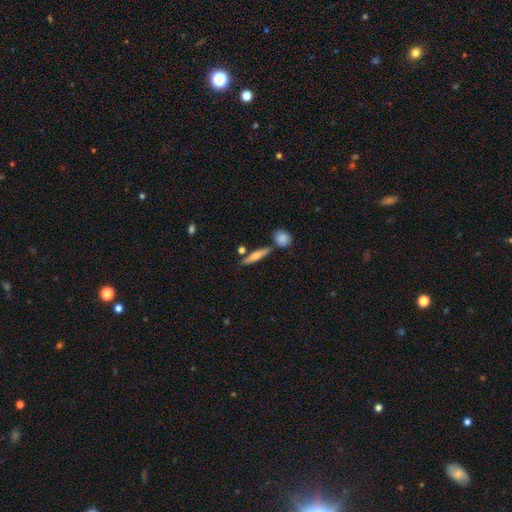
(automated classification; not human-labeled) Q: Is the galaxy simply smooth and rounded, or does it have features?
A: smooth — 52%.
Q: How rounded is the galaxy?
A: cigar-shaped — 77%.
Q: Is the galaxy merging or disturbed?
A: none — 75%.